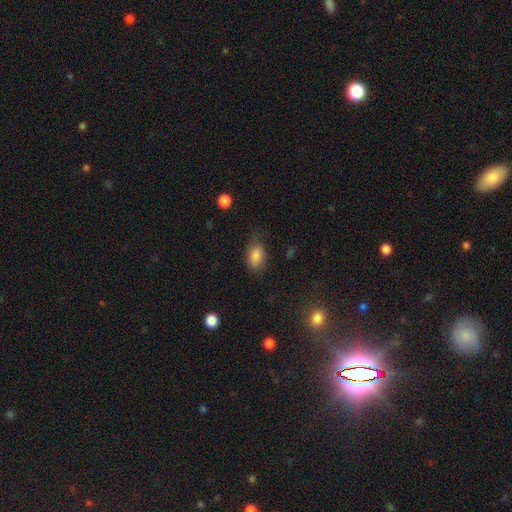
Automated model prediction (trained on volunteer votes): Q: Smooth or featured?
A: smooth (85%); runner-up: star or artifact (9%)
Q: How rounded?
A: in between (88%); runner-up: round (10%)
Q: Merging?
A: none (65%); runner-up: minor disturbance (25%)